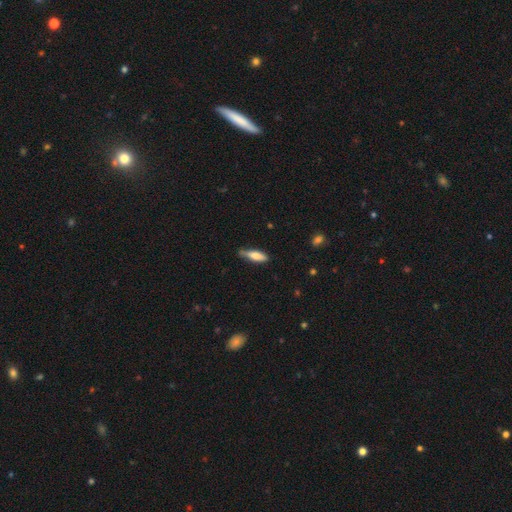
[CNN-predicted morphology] The model was most divided on "how rounded": cigar-shaped: 57%, in between: 41%, round: 2%. More confident: smooth or featured — smooth (72%); merging — none (66%).